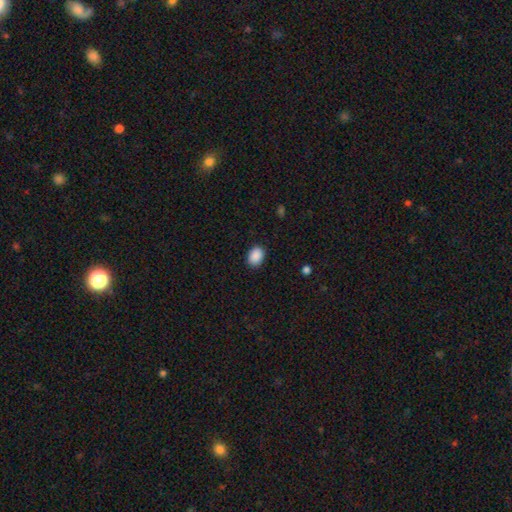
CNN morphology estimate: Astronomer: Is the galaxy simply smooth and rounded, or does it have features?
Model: smooth — 90%.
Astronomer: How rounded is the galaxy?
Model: in between — 69%.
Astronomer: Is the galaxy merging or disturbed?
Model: none — 88%.